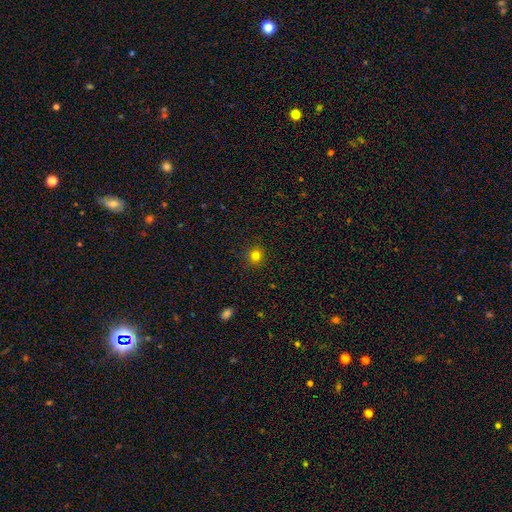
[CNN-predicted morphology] This is likely a smooth galaxy (80%). How rounded: clearly round (91%). Merging: clearly none (90%).